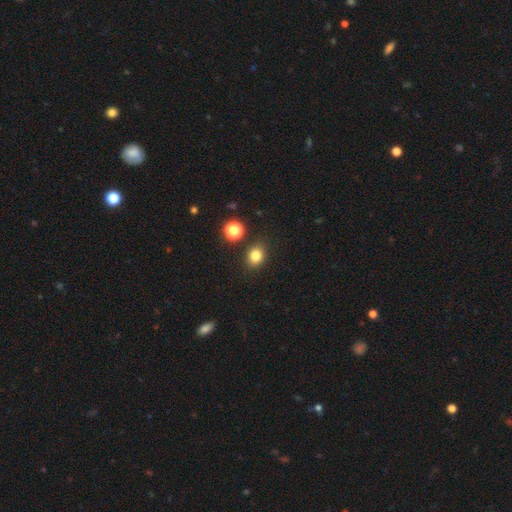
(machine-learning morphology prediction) smooth 81%, star or artifact 13%, featured or disk 6%. Down the decision tree: how rounded — round (59%); merging — none (85%).